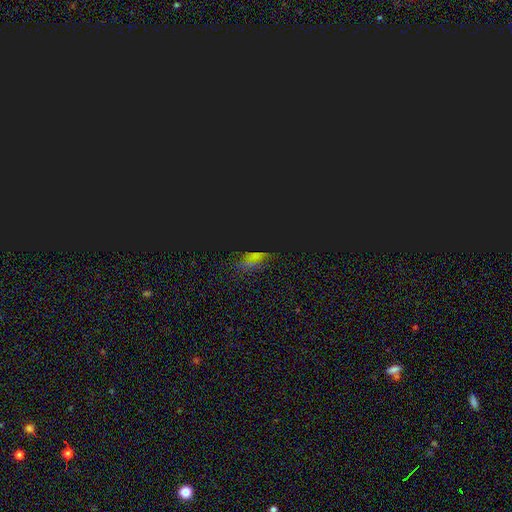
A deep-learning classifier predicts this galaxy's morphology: Smooth or featured: star or artifact — 72% (smooth — 20%)